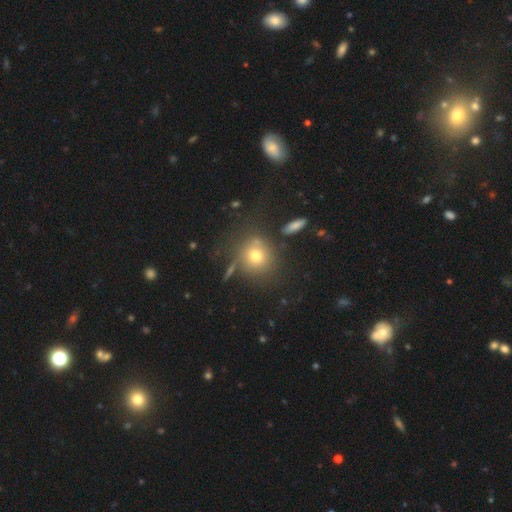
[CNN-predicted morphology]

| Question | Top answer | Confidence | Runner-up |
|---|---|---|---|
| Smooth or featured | smooth | 69% | star or artifact (16%) |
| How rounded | round | 88% | in between (10%) |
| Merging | none | 71% | minor disturbance (13%) |